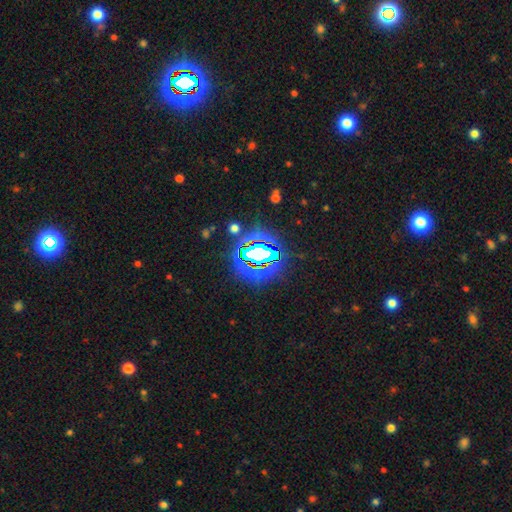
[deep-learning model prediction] The model was most divided on "smooth or featured": star or artifact: 78%, smooth: 13%, featured or disk: 9%.